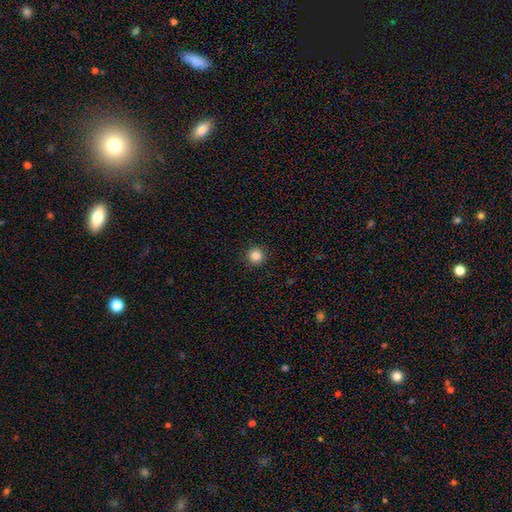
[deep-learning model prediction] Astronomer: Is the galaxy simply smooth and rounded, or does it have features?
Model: smooth — 85%.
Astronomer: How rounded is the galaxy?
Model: round — 96%.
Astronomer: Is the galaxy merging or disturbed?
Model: none — 93%.